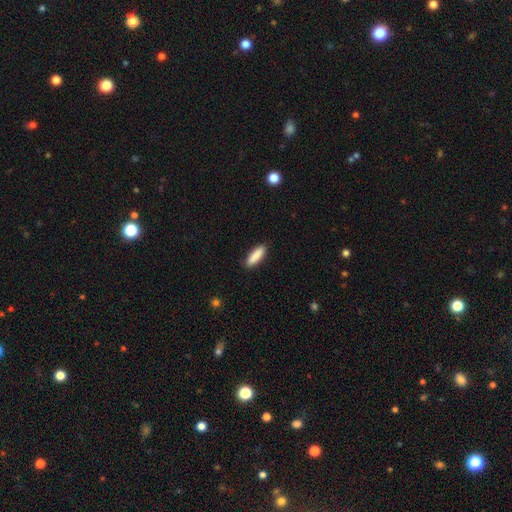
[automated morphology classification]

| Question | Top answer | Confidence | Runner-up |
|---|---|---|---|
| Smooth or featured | smooth | 89% | star or artifact (6%) |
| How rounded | in between | 51% | cigar-shaped (48%) |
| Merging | none | 89% | minor disturbance (8%) |